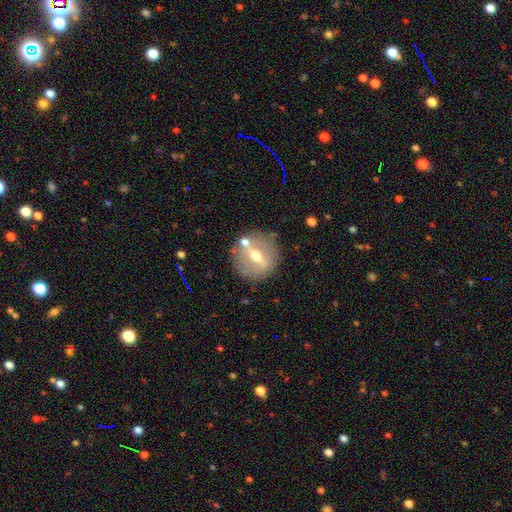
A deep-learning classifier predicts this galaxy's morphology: A featured or disk galaxy (64%).

Vote fractions:
- Smooth or featured? featured or disk: 64% / smooth: 28% / star or artifact: 8%
- Edge-on disk? no: 69% / yes: 31%
- Merging? none: 78% / minor disturbance: 12% / merger: 6% / major disturbance: 4%